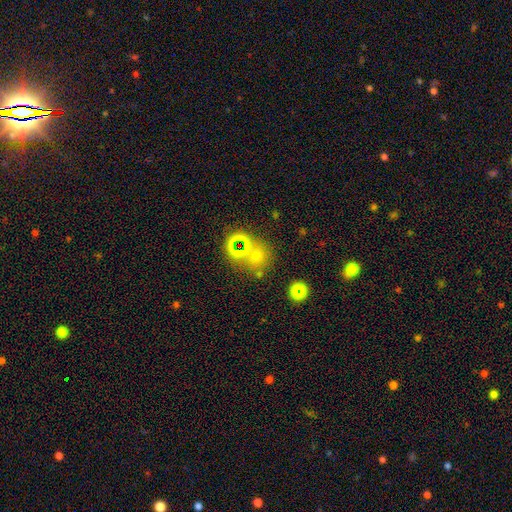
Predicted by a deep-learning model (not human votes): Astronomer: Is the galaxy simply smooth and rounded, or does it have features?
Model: smooth — 59%.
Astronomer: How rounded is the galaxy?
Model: round — 86%.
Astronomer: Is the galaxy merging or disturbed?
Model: none — 63%.